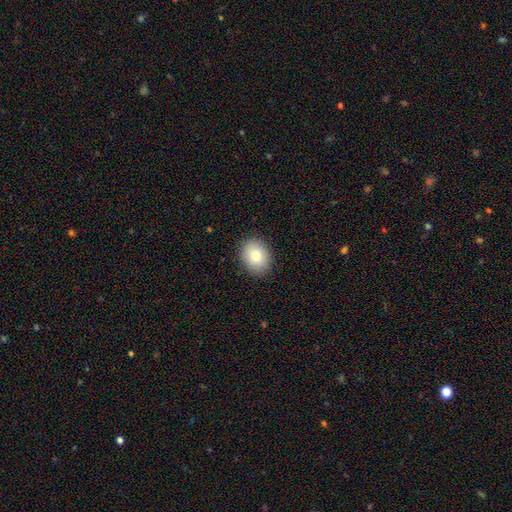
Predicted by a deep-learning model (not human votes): A smooth galaxy with no disk features (83%) that is in between round and cigar-shaped (59%). Merging: none (88%).